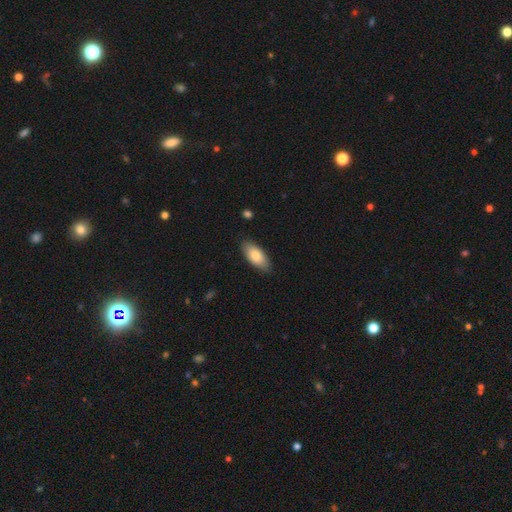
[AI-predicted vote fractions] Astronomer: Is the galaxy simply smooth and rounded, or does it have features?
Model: smooth — 82%.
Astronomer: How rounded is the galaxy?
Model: in between — 88%.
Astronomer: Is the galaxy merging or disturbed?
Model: none — 85%.